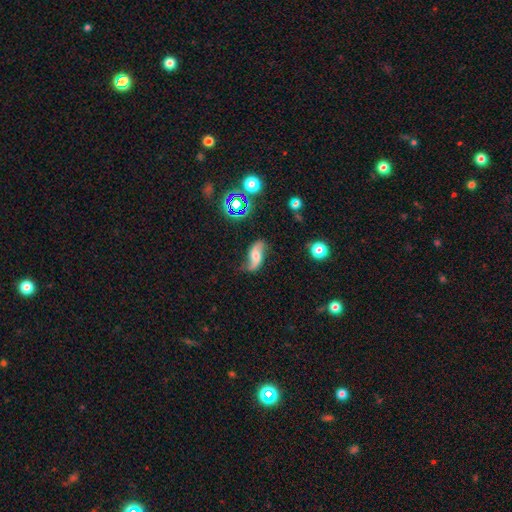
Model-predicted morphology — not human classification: Smooth or featured: featured or disk — 68% (smooth — 22%)
Edge-on disk: no — 92% (yes — 8%)
Bar: no — 55% (weak — 33%)
Spiral arms: yes — 92% (no — 8%)
Spiral winding: loose — 83% (medium — 13%)
Spiral arm count: 2 — 87% (1 — 6%)
Bulge size: moderate — 49% (small — 29%)
Merging: none — 62% (minor disturbance — 24%)